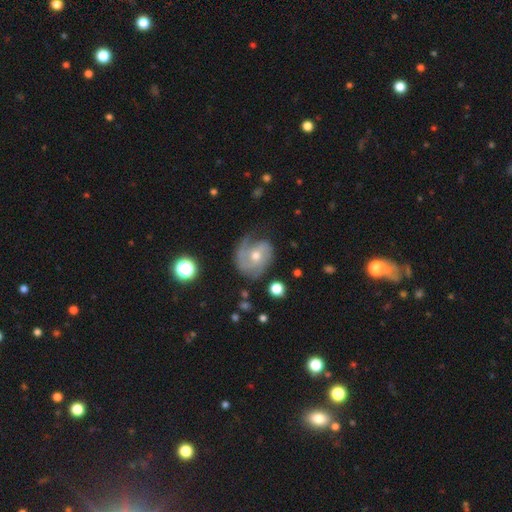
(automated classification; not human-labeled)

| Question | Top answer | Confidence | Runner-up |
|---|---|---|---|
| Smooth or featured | featured or disk | 80% | smooth (13%) |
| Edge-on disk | no | 97% | yes (3%) |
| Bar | no | 66% | weak (28%) |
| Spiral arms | yes | 93% | no (7%) |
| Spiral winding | tight | 43% | medium (39%) |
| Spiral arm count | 2 | 39% | 1 (30%) |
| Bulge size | moderate | 56% | small (41%) |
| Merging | none | 58% | minor disturbance (24%) |